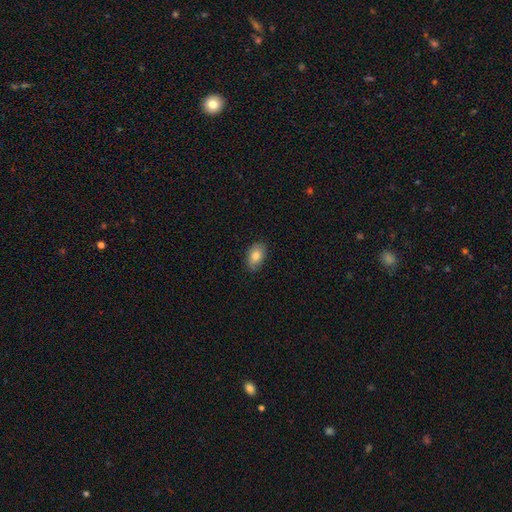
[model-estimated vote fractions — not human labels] Smooth or featured?
  - smooth: 83% *
  - featured or disk: 10%
  - star or artifact: 7%
How rounded?
  - in between: 90% *
  - round: 8%
  - cigar-shaped: 2%
Merging?
  - none: 86% *
  - minor disturbance: 11%
  - major disturbance: 2%
  - merger: 1%